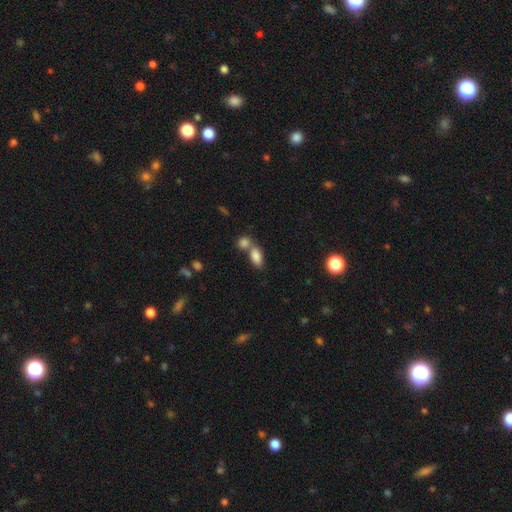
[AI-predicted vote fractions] A smooth galaxy with no disk features (84%) that is in between round and cigar-shaped (89%). Merging: merger (46%).